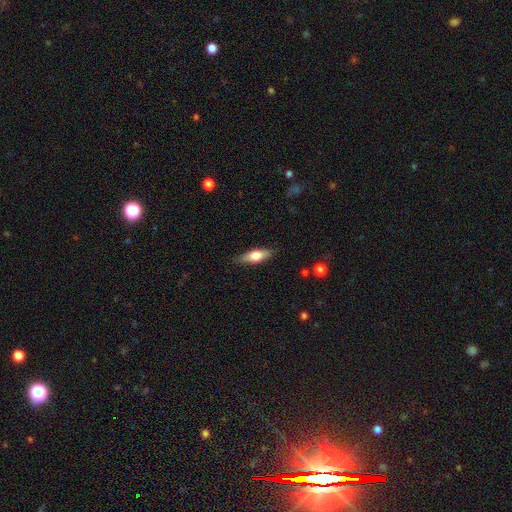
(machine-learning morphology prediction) Smooth or featured?
  - smooth: 63% *
  - featured or disk: 31%
  - star or artifact: 6%
How rounded?
  - in between: 55% *
  - cigar-shaped: 42%
  - round: 3%
Merging?
  - none: 83% *
  - minor disturbance: 13%
  - major disturbance: 3%
  - merger: 1%